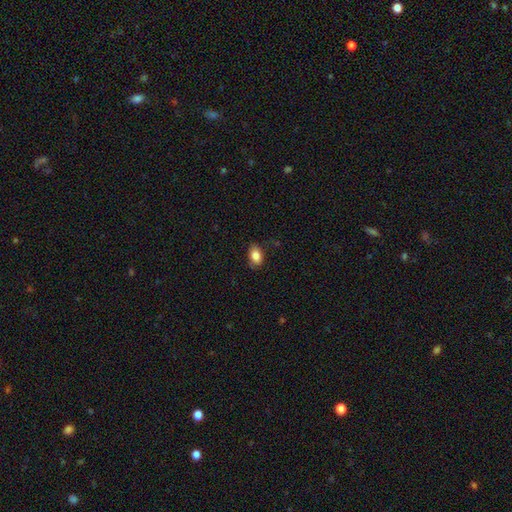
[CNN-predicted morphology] type=smooth (84%); roundness=in between (86%); merging=none (80%).